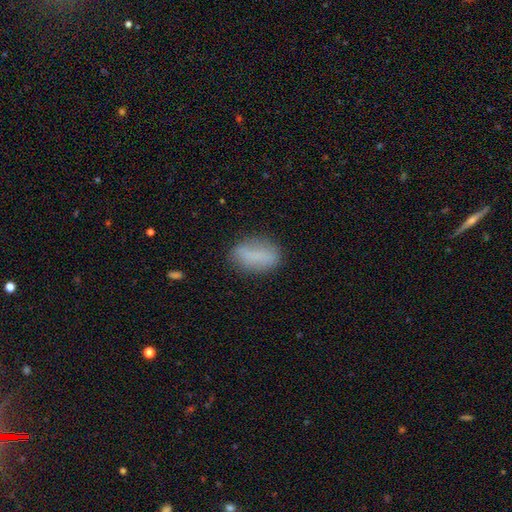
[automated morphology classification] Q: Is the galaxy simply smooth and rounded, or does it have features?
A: smooth — 73%.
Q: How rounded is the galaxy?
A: in between — 83%.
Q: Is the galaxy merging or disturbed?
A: none — 77%.